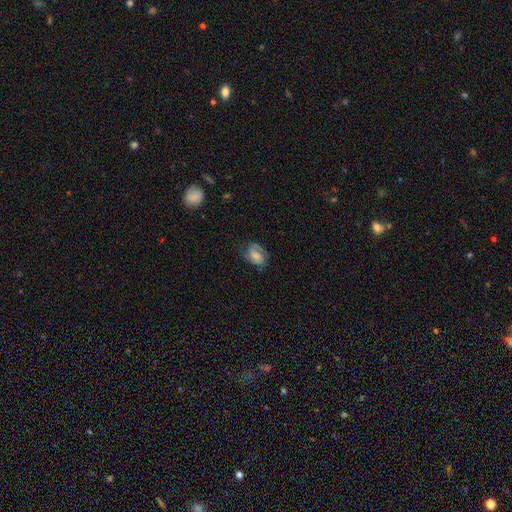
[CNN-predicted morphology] A featured or disk galaxy (52%) with no bar (48%), spiral arms (89%) and a moderate central bulge (35%).

Vote fractions:
- Smooth or featured? featured or disk: 52% / smooth: 39% / star or artifact: 9%
- Edge-on disk? no: 97% / yes: 3%
- Bar? no: 48% / weak: 40% / strong: 12%
- Spiral arms? yes: 89% / no: 11%
- Bulge size? moderate: 35% / small: 29% / none: 18% / large: 15% / dominant: 3%
- Merging? none: 64% / minor disturbance: 23% / major disturbance: 11% / merger: 1%